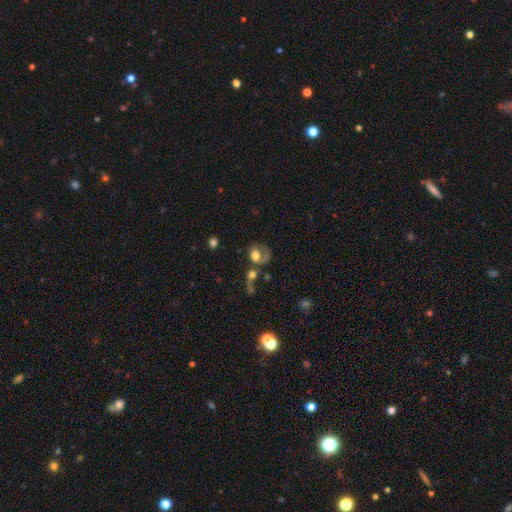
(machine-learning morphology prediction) Q: Smooth or featured?
A: smooth (51%); runner-up: featured or disk (39%)
Q: How rounded?
A: round (52%); runner-up: in between (47%)
Q: Merging?
A: merger (32%); tied with: major disturbance (32%)